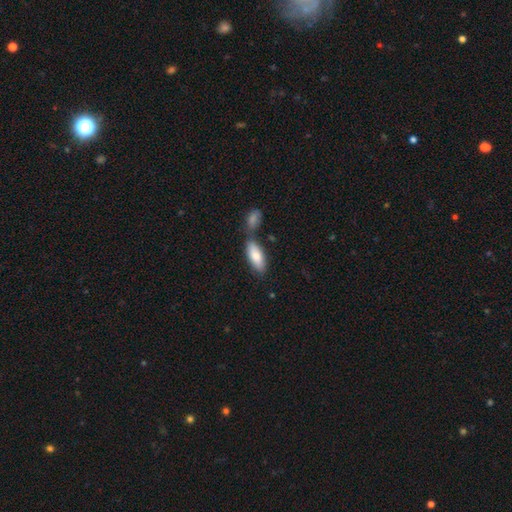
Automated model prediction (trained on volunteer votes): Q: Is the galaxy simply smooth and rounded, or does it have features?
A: smooth — 81%.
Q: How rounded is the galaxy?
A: in between — 79%.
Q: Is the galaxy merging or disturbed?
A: none — 58%.